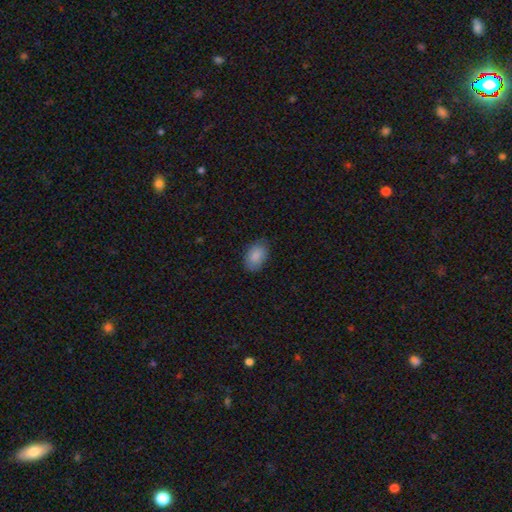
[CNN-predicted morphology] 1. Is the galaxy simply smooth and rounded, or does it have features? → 88% smooth, 7% star or artifact, 6% featured or disk.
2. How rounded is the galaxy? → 90% in between, 9% round, 1% cigar-shaped.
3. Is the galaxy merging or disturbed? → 79% none, 17% minor disturbance, 3% major disturbance, 1% merger.